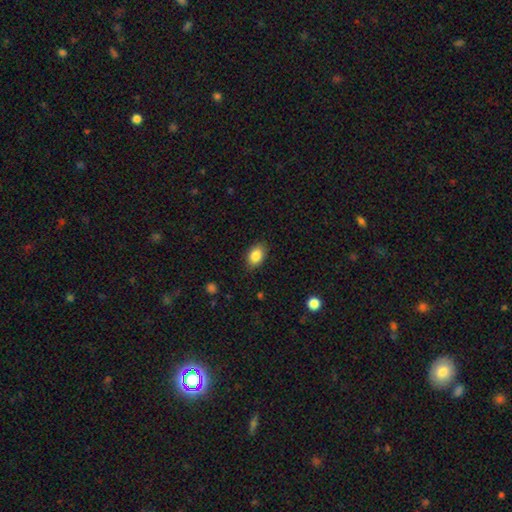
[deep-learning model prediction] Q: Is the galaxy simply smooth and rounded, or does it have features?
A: smooth — 86%.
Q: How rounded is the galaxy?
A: in between — 82%.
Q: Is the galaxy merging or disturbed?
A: none — 86%.